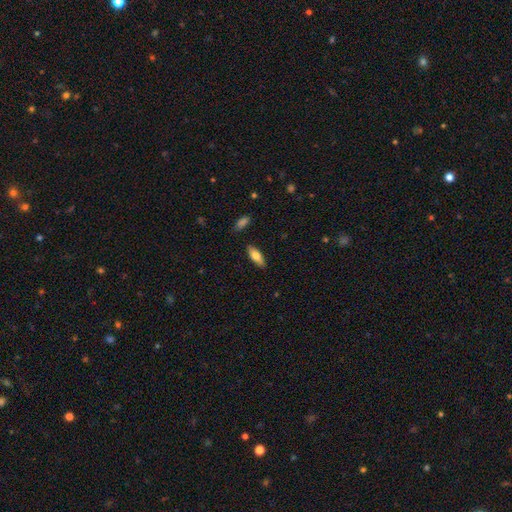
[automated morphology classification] smooth_or_featured: smooth (p=0.76) [alt: featured or disk p=0.18]
how_rounded: in between (p=0.72) [alt: cigar-shaped p=0.26]
merging: none (p=0.85) [alt: minor disturbance p=0.11]